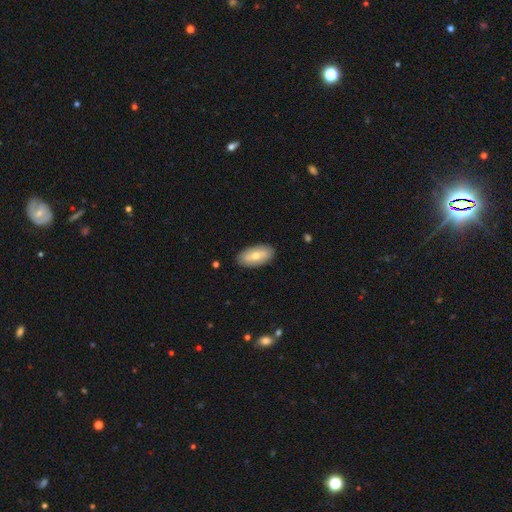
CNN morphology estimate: Smooth or featured? smooth (62%)
How rounded? in between (92%)
Merging? none (88%)